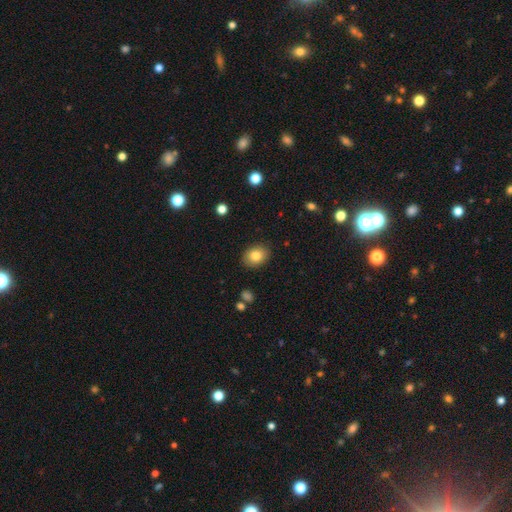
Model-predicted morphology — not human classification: Smooth or featured: smooth — 83% (featured or disk — 9%)
How rounded: in between — 63% (round — 36%)
Merging: none — 88% (minor disturbance — 9%)